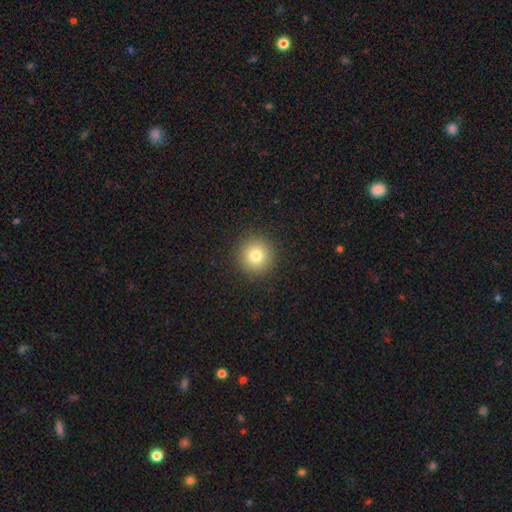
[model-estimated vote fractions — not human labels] A smooth galaxy with no disk features (80%) that is round (95%).

Vote fractions:
- Smooth or featured? smooth: 80% / star or artifact: 12% / featured or disk: 8%
- How rounded? round: 95% / in between: 4% / cigar-shaped: 1%
- Merging? none: 92% / minor disturbance: 5% / major disturbance: 2% / merger: 1%